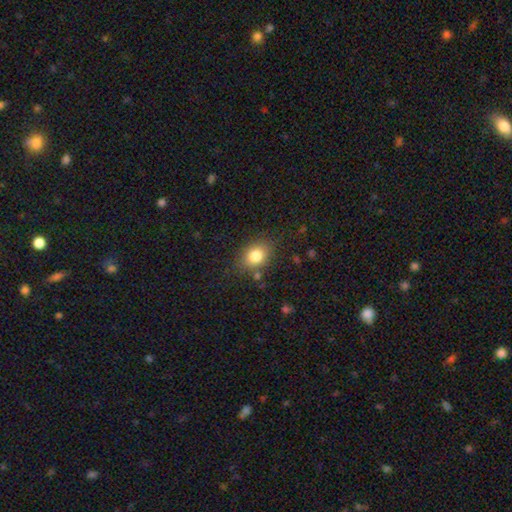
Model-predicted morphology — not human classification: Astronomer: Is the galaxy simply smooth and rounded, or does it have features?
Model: smooth — 82%.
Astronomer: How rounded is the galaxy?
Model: in between — 59% (runner-up: round, 40%).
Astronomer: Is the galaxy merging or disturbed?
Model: none — 78%.